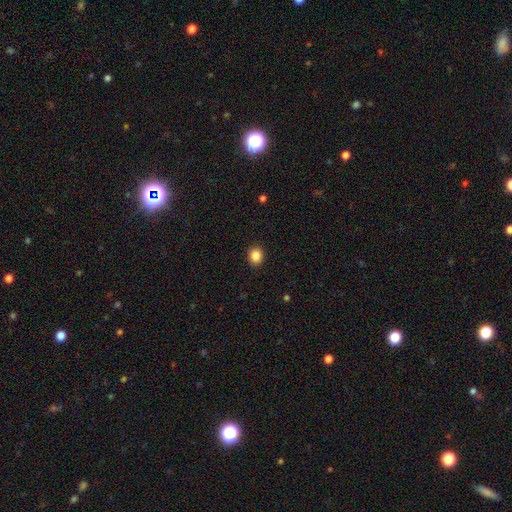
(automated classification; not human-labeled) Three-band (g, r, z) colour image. It shows a smooth galaxy with no disk features (86%) that is round (70%). Merging: none (91%).